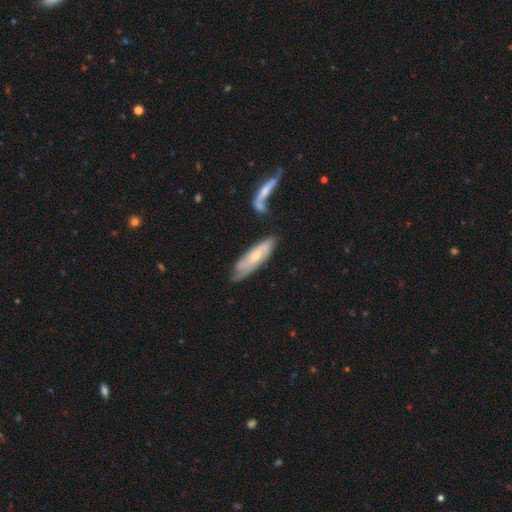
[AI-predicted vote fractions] Q: Smooth or featured?
A: featured or disk (56%); runner-up: smooth (38%)
Q: Edge-on disk?
A: no (67%); runner-up: yes (33%)
Q: Merging?
A: none (58%); runner-up: minor disturbance (25%)